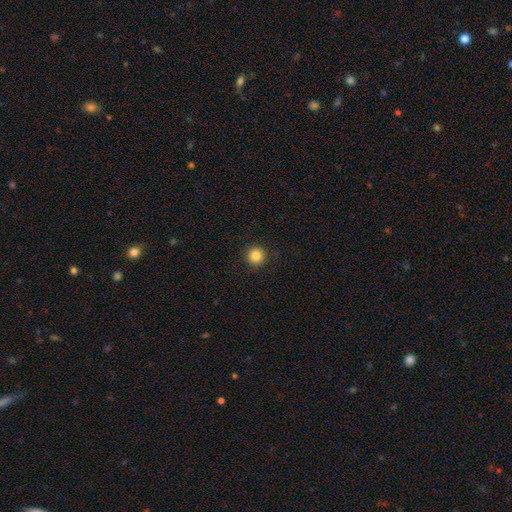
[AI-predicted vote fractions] Q: Smooth or featured?
A: smooth (86%); runner-up: star or artifact (10%)
Q: How rounded?
A: round (95%); runner-up: in between (4%)
Q: Merging?
A: none (92%); runner-up: minor disturbance (5%)